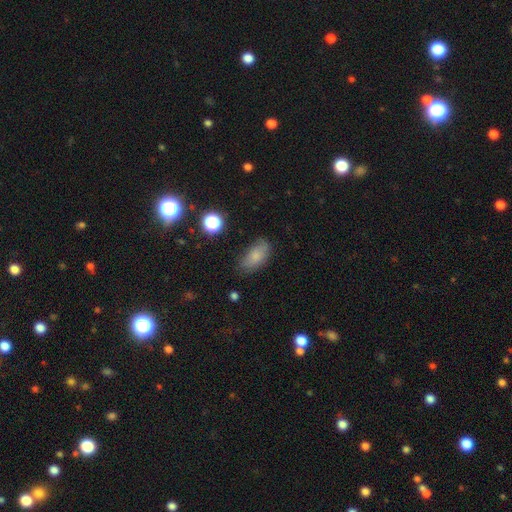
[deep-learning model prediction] smooth_or_featured: smooth (p=0.80) [alt: featured or disk p=0.11]
how_rounded: in between (p=0.88) [alt: cigar-shaped p=0.07]
merging: none (p=0.74) [alt: minor disturbance p=0.20]